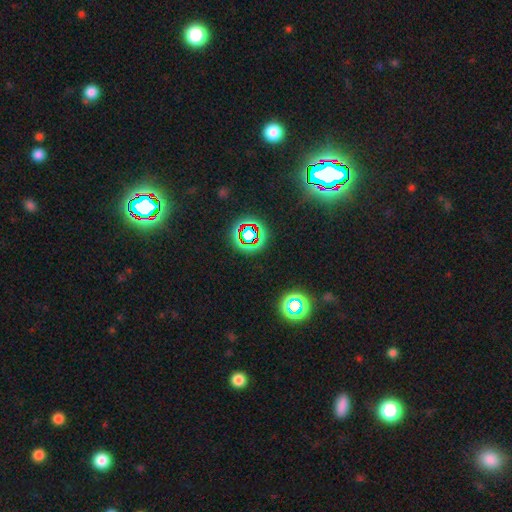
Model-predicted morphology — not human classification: Overall: star or artifact (73%).